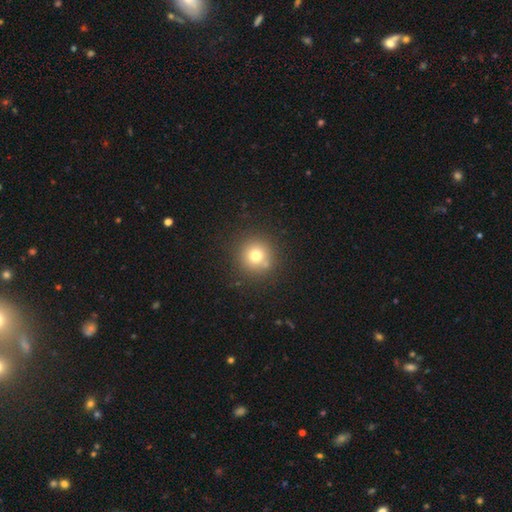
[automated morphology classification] Overall: smooth (74%). How rounded: round (94%). Merging: none (84%).